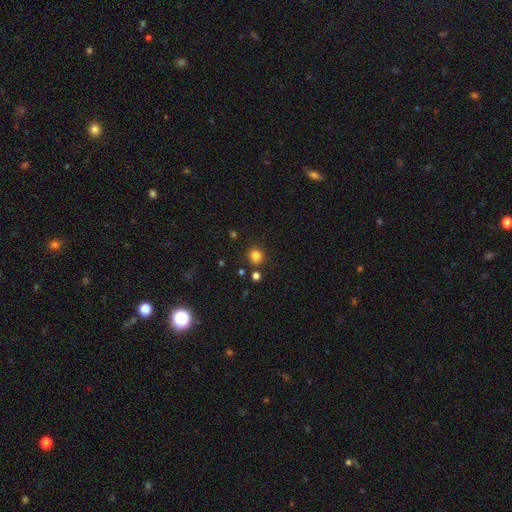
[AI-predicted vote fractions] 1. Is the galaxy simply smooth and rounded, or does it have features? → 81% smooth, 14% star or artifact, 5% featured or disk.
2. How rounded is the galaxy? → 86% round, 13% in between, 1% cigar-shaped.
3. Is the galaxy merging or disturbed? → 84% none, 9% minor disturbance, 5% merger, 3% major disturbance.